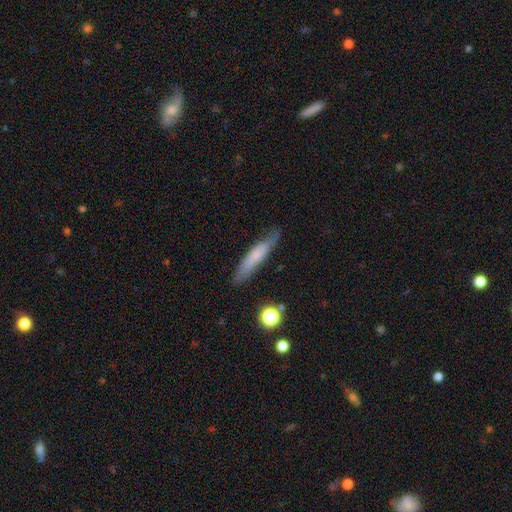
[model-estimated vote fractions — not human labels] smooth_or_featured: smooth (p=0.58) [alt: featured or disk p=0.34]
how_rounded: cigar-shaped (p=0.88) [alt: in between p=0.11]
merging: none (p=0.77) [alt: minor disturbance p=0.17]